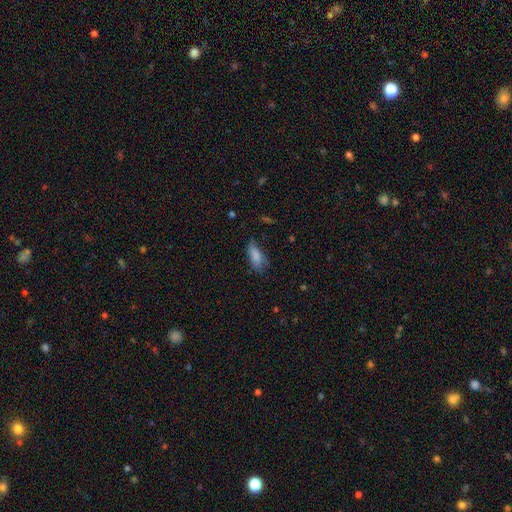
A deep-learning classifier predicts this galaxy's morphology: Overall: smooth (83%). How rounded: in between (78%). Merging: none (59%; minor disturbance 29%).